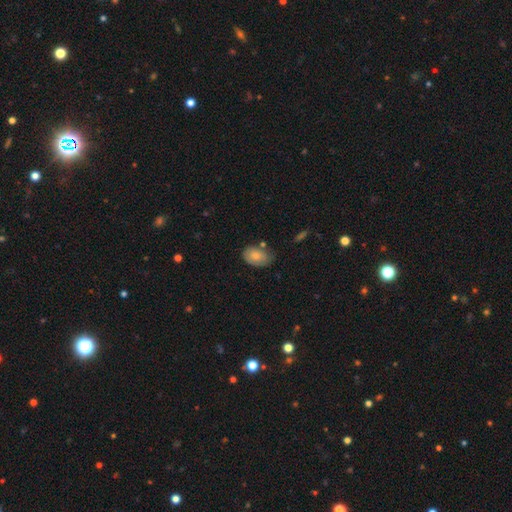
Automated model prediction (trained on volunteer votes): Smooth or featured? smooth (76%)
How rounded? in between (86%)
Merging? none (60%)